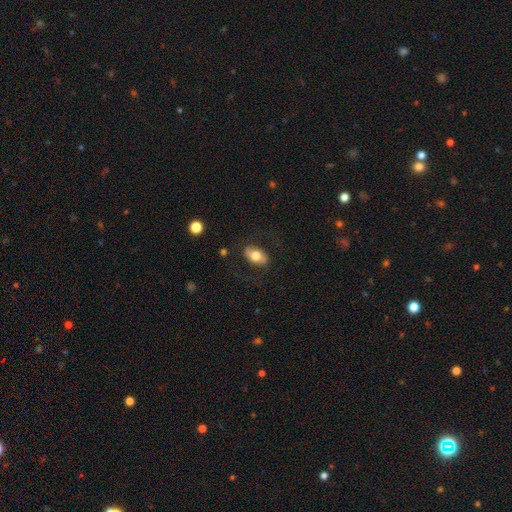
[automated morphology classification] Q: Smooth or featured?
A: smooth (60%); runner-up: featured or disk (33%)
Q: How rounded?
A: in between (89%); runner-up: round (9%)
Q: Merging?
A: none (76%); runner-up: minor disturbance (14%)